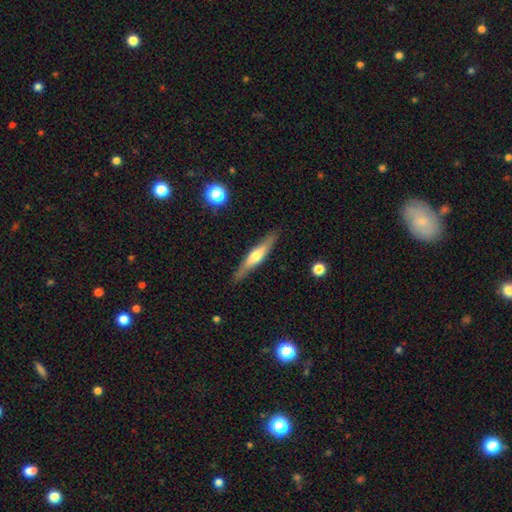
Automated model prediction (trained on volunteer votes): Morphology: type=featured or disk (60%); edge-on=yes (94%); edge-on bulge=rounded (86%); merging=none (88%).